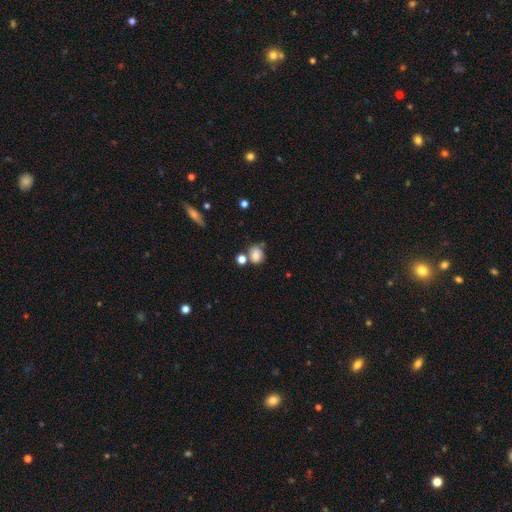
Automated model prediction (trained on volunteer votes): The model was most divided on "how rounded": round: 64%, in between: 35%, cigar-shaped: 1%. More confident: smooth or featured — smooth (75%); merging — none (56%).